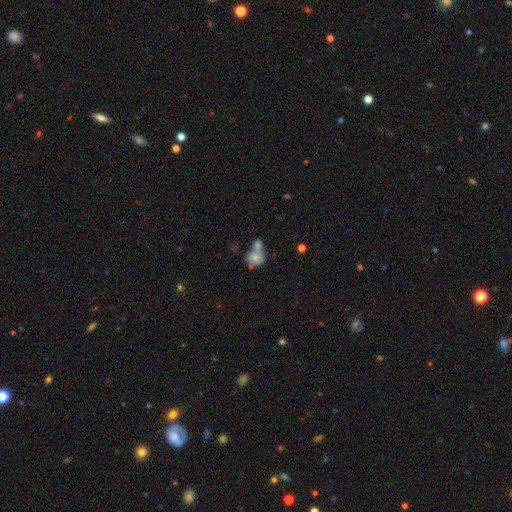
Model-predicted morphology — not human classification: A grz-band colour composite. It shows a smooth galaxy with no disk features (67%) that is in between round and cigar-shaped (52%). Merging: merger (58%).